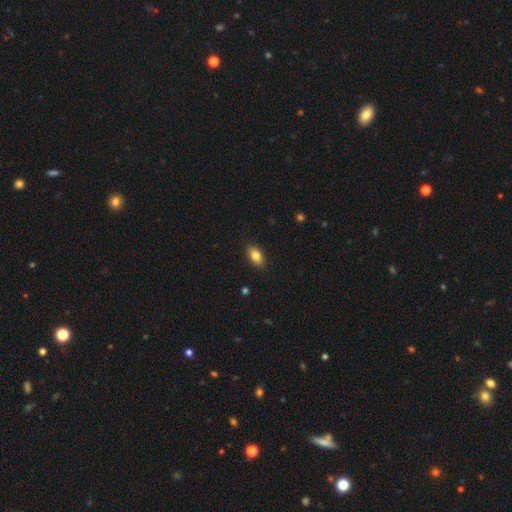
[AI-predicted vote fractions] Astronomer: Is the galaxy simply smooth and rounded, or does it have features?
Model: smooth — 83%.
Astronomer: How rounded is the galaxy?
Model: in between — 89%.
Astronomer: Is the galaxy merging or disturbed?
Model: none — 89%.